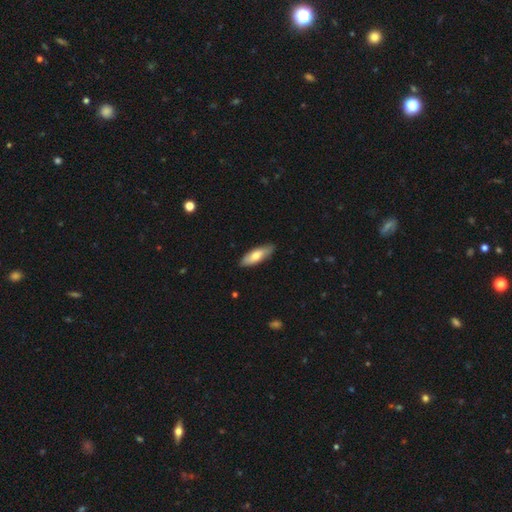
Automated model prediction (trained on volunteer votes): smooth-or-featured: smooth: 69% | featured or disk: 26% | star or artifact: 5%
  how-rounded: in between: 58% | cigar-shaped: 40% | round: 2%
  merging: none: 85% | minor disturbance: 12% | major disturbance: 2% | merger: 1%